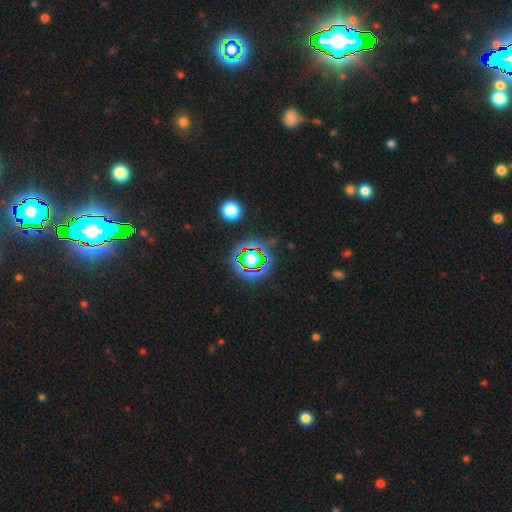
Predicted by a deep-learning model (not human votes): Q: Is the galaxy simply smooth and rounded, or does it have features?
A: star or artifact — 73%.